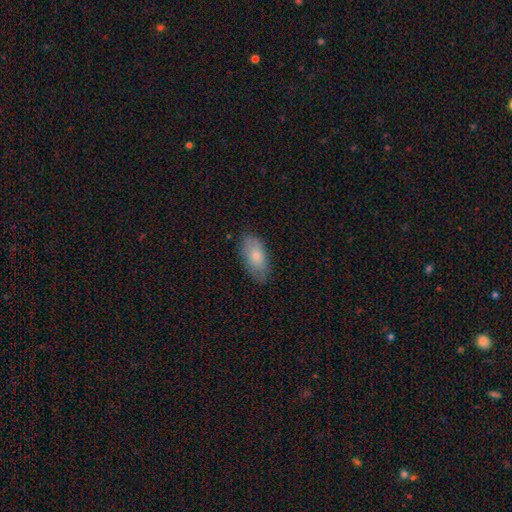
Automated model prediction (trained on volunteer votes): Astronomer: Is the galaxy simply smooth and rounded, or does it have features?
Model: smooth — 73%.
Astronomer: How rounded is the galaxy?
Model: in between — 92%.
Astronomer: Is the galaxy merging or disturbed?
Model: none — 74%.